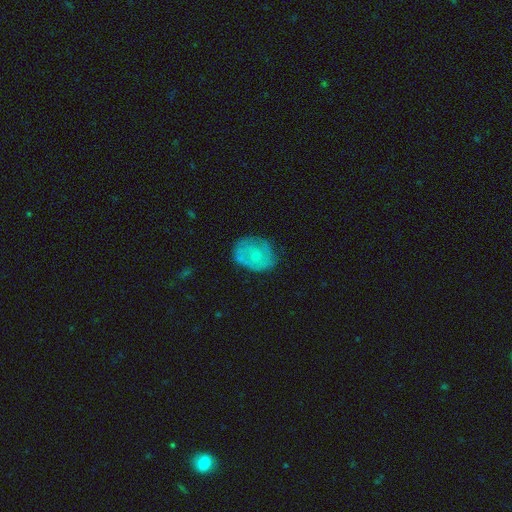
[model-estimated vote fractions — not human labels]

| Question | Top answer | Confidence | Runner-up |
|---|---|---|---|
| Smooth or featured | featured or disk | 52% | smooth (41%) |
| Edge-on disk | no | 97% | yes (3%) |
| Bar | no | 77% | weak (20%) |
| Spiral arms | yes | 65% | no (35%) |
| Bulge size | small | 57% | moderate (25%) |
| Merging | none | 65% | minor disturbance (24%) |